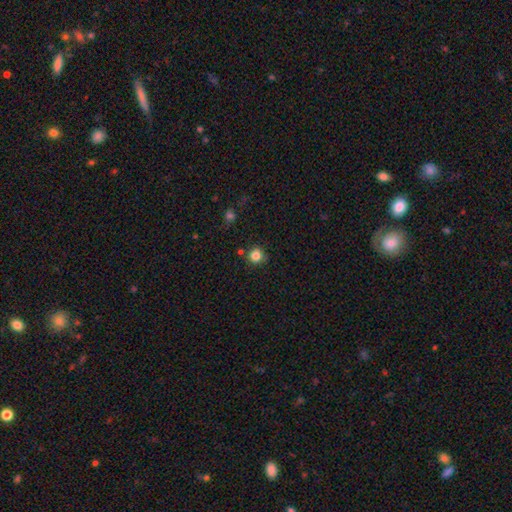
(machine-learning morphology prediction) A smooth galaxy with no disk features (83%) that is round (93%).

Vote fractions:
- Smooth or featured? smooth: 83% / star or artifact: 12% / featured or disk: 5%
- How rounded? round: 93% / in between: 6% / cigar-shaped: 1%
- Merging? none: 83% / minor disturbance: 10% / merger: 4% / major disturbance: 3%